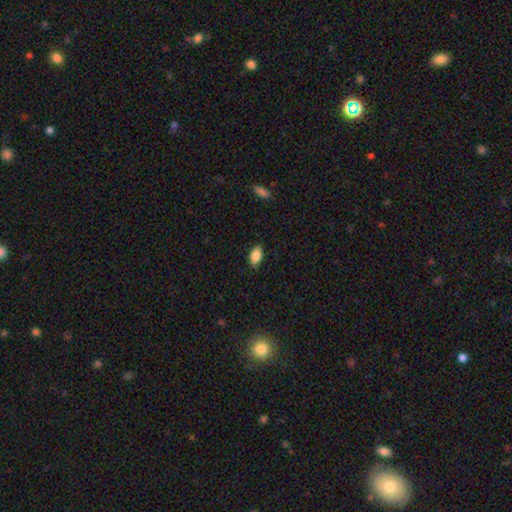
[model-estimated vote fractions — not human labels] smooth-or-featured: smooth: 85% | star or artifact: 8% | featured or disk: 7%
  how-rounded: in between: 90% | round: 6% | cigar-shaped: 4%
  merging: none: 83% | minor disturbance: 14% | major disturbance: 3% | merger: 1%